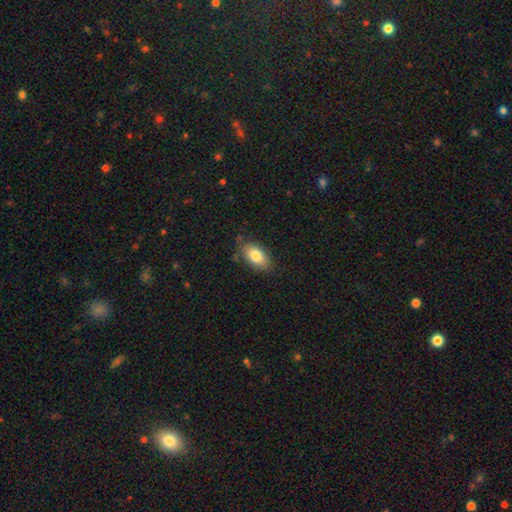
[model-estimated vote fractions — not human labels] Smooth or featured?
  - smooth: 81% *
  - featured or disk: 11%
  - star or artifact: 7%
How rounded?
  - in between: 91% *
  - round: 5%
  - cigar-shaped: 4%
Merging?
  - none: 78% *
  - minor disturbance: 16%
  - major disturbance: 3%
  - merger: 2%